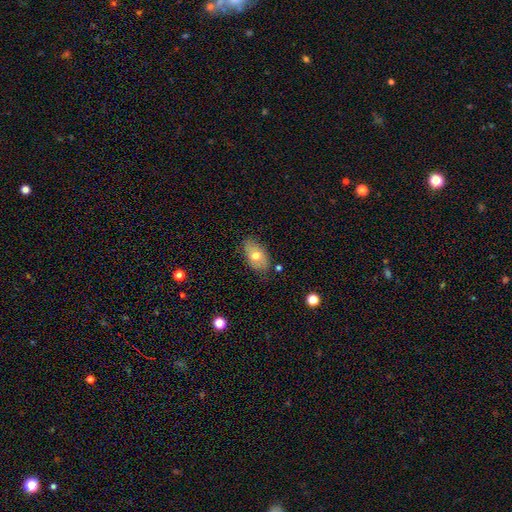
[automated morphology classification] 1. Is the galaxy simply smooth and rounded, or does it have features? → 69% smooth, 23% featured or disk, 8% star or artifact.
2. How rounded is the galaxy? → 91% in between, 7% round, 2% cigar-shaped.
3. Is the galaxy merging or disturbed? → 78% none, 16% minor disturbance, 3% major disturbance, 2% merger.